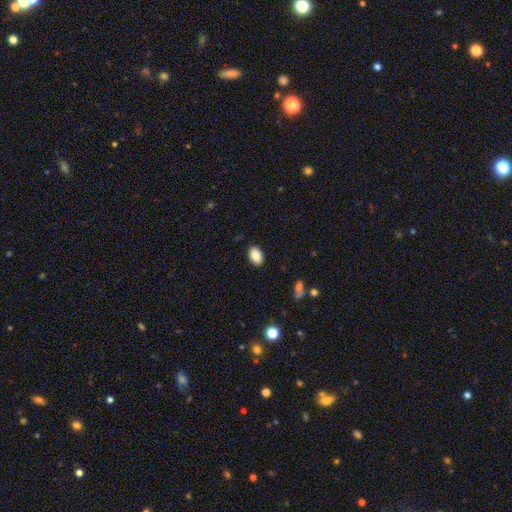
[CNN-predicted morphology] smooth_or_featured: smooth (p=0.86) [alt: star or artifact p=0.08]
how_rounded: in between (p=0.89) [alt: round p=0.10]
merging: none (p=0.87) [alt: minor disturbance p=0.10]